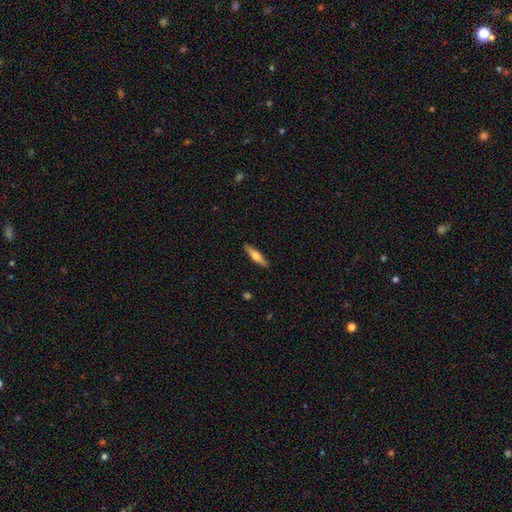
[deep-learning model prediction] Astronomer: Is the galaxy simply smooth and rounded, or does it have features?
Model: smooth — 57% (runner-up: featured or disk, 38%).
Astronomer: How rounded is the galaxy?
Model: cigar-shaped — 78%.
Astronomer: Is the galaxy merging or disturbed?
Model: none — 90%.